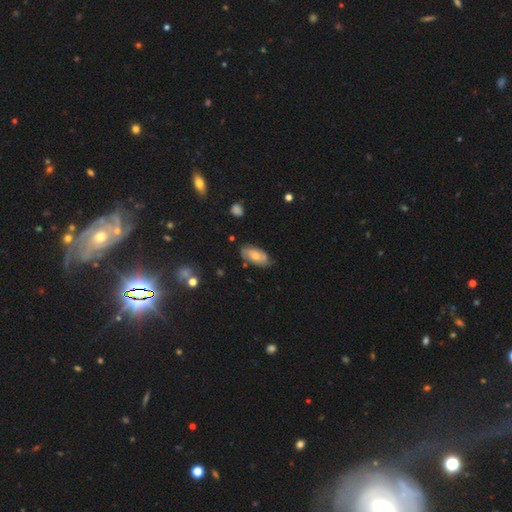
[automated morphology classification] Smooth or featured? smooth (55%)
How rounded? in between (91%)
Merging? none (73%)